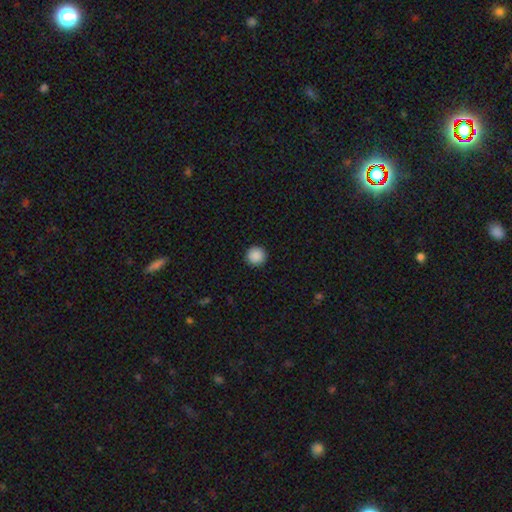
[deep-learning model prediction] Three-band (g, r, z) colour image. It shows a smooth galaxy with no disk features (89%) that is round (96%). Merging: none (93%).